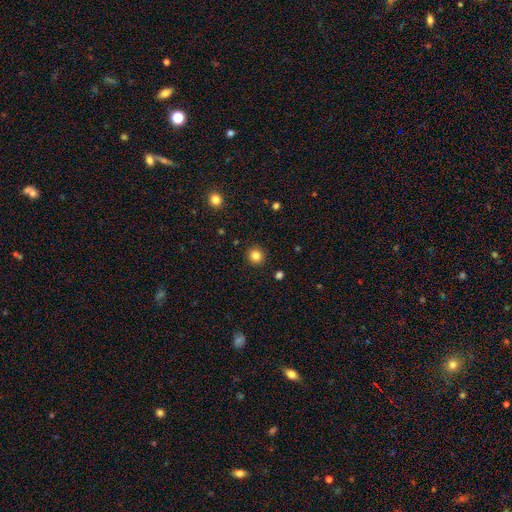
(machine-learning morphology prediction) smooth-or-featured: smooth: 83% | star or artifact: 12% | featured or disk: 5%
  how-rounded: round: 92% | in between: 7% | cigar-shaped: 1%
  merging: none: 92% | minor disturbance: 5% | major disturbance: 2% | merger: 1%